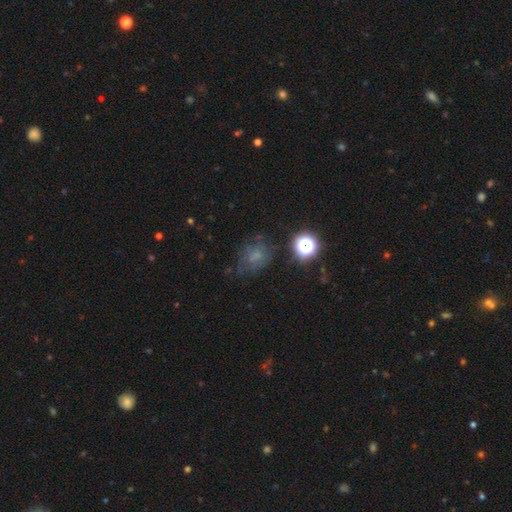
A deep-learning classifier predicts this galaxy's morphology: Smooth or featured?
  - smooth: 50% *
  - star or artifact: 26%
  - featured or disk: 24%
How rounded?
  - round: 60% *
  - in between: 38%
  - cigar-shaped: 1%
Merging?
  - none: 57% *
  - minor disturbance: 24%
  - major disturbance: 14%
  - merger: 4%